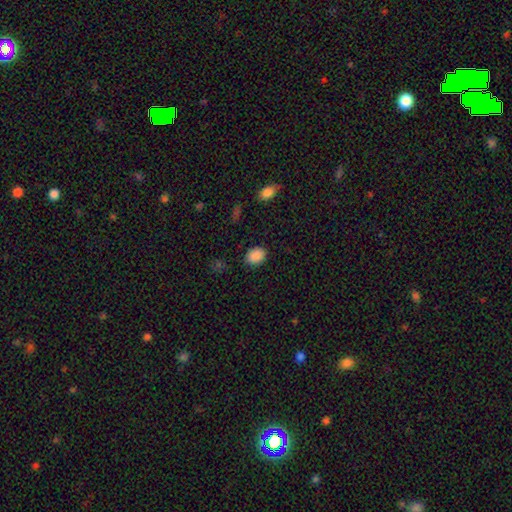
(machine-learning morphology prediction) Overall: smooth (88%). How rounded: in between (58%; round 41%). Merging: none (88%).